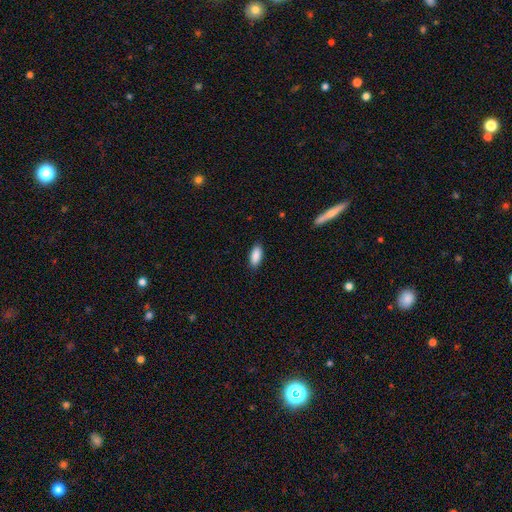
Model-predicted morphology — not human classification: Smooth or featured?
  - smooth: 90% *
  - star or artifact: 6%
  - featured or disk: 4%
How rounded?
  - in between: 87% *
  - cigar-shaped: 11%
  - round: 2%
Merging?
  - none: 87% *
  - minor disturbance: 10%
  - major disturbance: 2%
  - merger: 1%